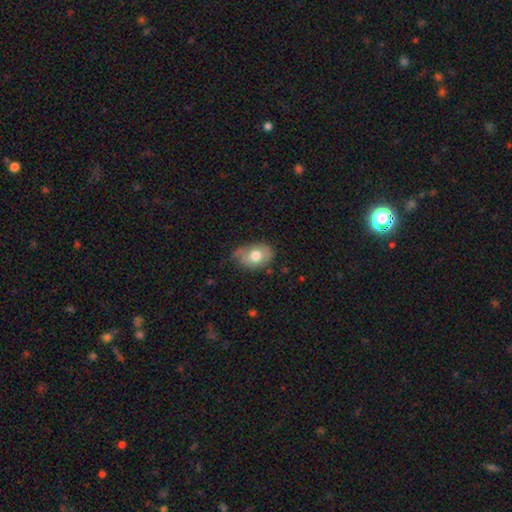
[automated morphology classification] This is likely a smooth galaxy (69%). How rounded: clearly in between (81%). Merging: possibly none (51%).